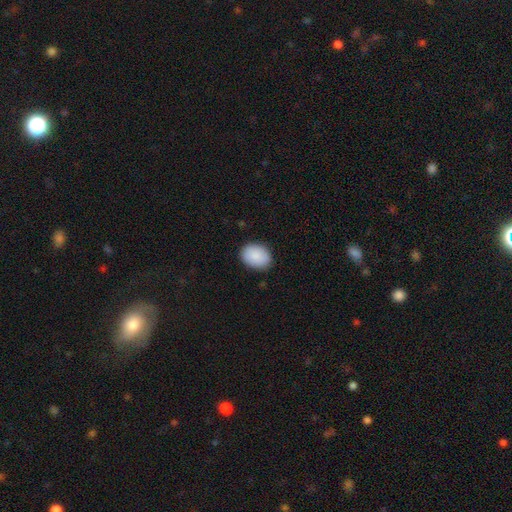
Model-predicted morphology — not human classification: Q: Smooth or featured?
A: smooth (89%); runner-up: star or artifact (6%)
Q: How rounded?
A: in between (68%); runner-up: round (31%)
Q: Merging?
A: none (88%); runner-up: minor disturbance (9%)